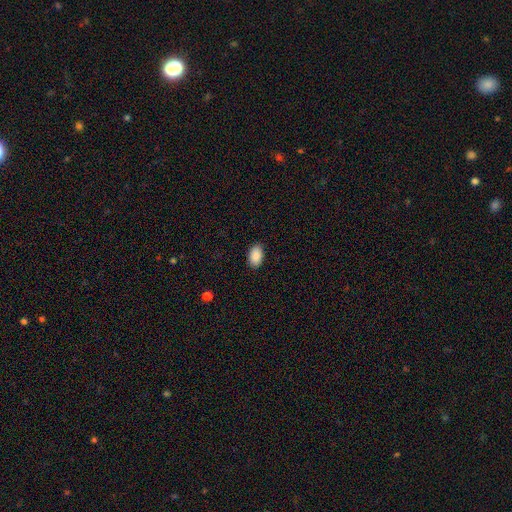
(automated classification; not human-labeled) A smooth galaxy with no disk features (90%) that is in between round and cigar-shaped (93%). Merging: none (89%).